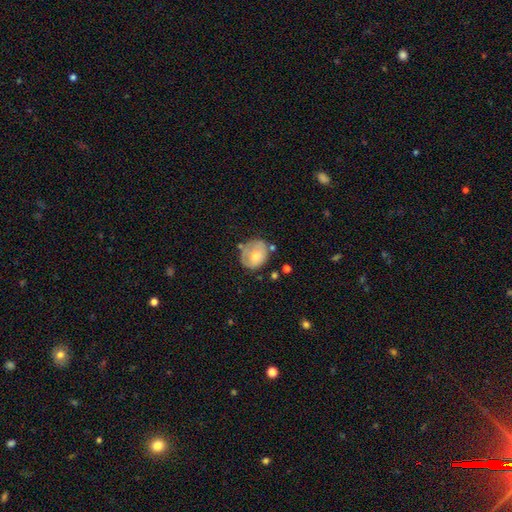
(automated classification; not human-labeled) Morphology: type=smooth (64%); roundness=round (62%); merging=none (52%).